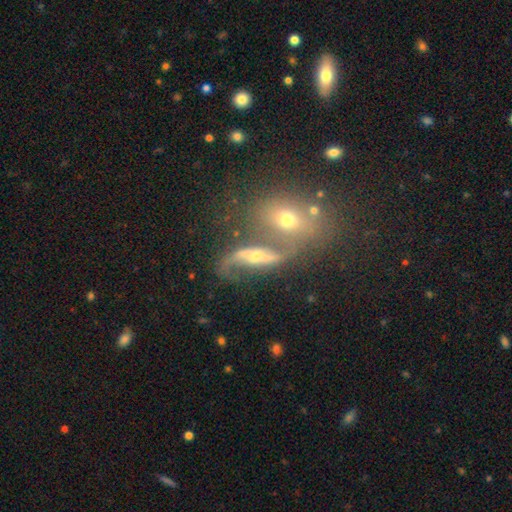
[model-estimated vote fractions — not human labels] smooth_or_featured: featured or disk (p=0.74) [alt: smooth p=0.16]
disk_edge_on: no (p=0.85) [alt: yes p=0.15]
bar: no (p=0.41) [alt: weak p=0.32]
has_spiral_arms: yes (p=0.86) [alt: no p=0.14]
spiral_winding: loose (p=0.83) [alt: medium p=0.12]
spiral_arm_count: 2 (p=0.87) [alt: 1 p=0.07]
bulge_size: moderate (p=0.51) [alt: small p=0.38]
merging: merger (p=0.40) [alt: none p=0.36]